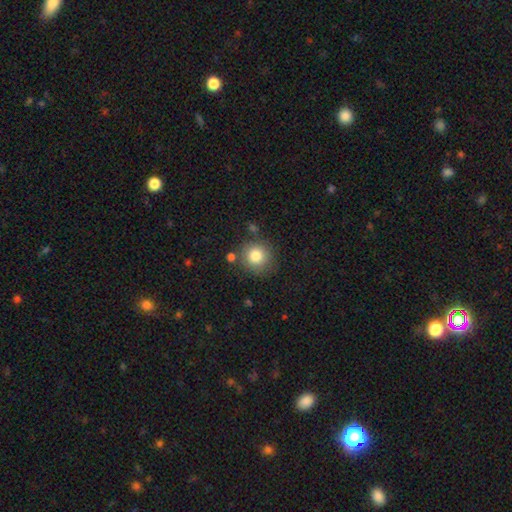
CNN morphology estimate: Overall: smooth (81%). How rounded: round (90%). Merging: none (79%).